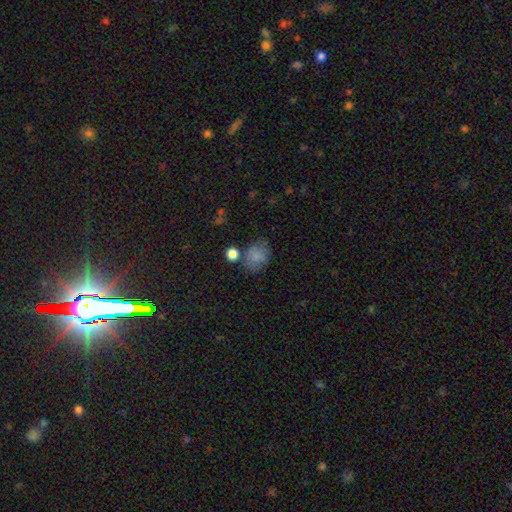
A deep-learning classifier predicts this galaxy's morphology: A smooth galaxy with no disk features (81%) that is round (61%). Merging: none (61%).